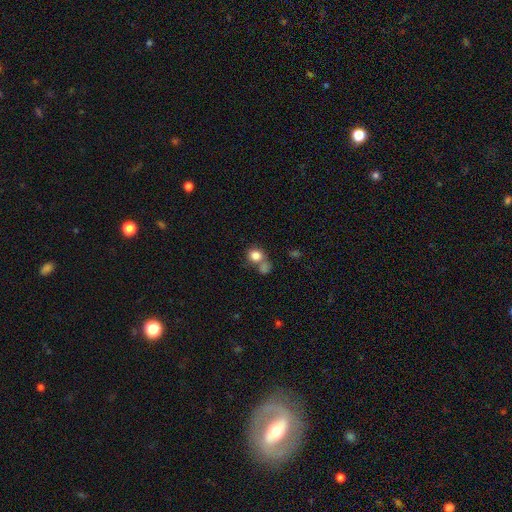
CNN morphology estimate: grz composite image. It shows a smooth galaxy with no disk features (82%) that is round (76%). Merging: none (47%).